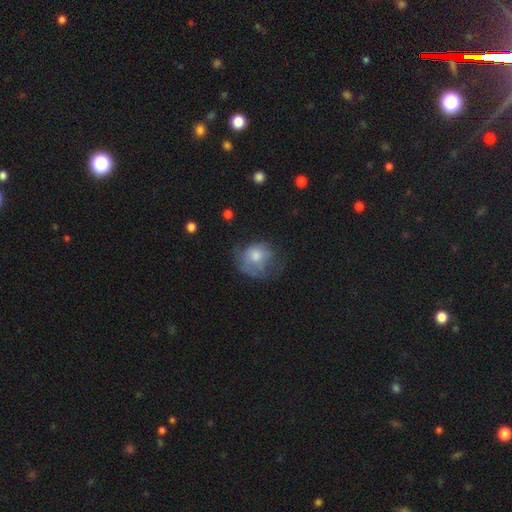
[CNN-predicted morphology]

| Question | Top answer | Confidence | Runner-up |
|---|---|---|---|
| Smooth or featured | smooth | 65% | featured or disk (25%) |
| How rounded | round | 72% | in between (27%) |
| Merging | none | 44% | minor disturbance (29%) |